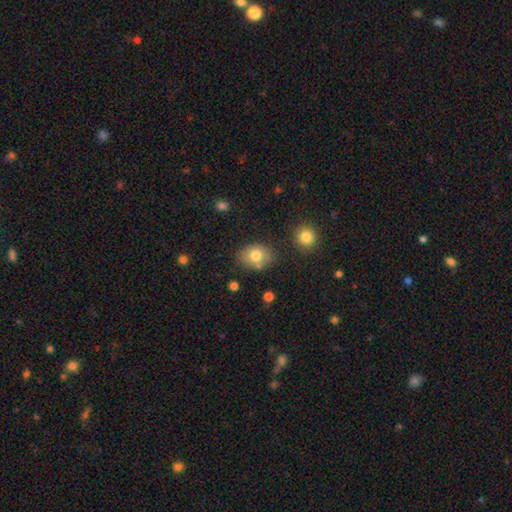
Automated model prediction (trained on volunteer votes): Morphology: type=smooth (76%); roundness=in between (61%); merging=none (74%).